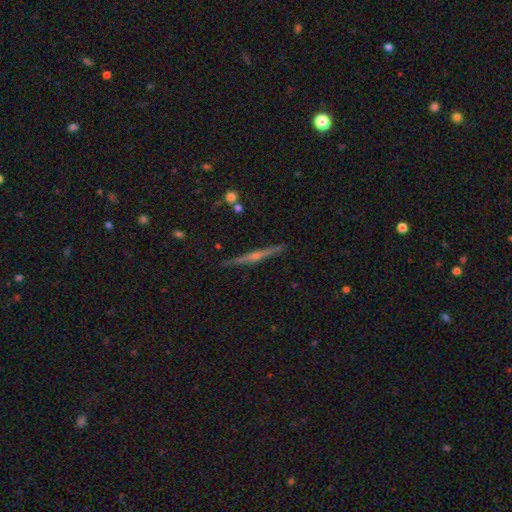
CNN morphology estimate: Smooth or featured? Predicted: featured or disk (p=0.78). Edge-on disk? Predicted: yes (p=0.98). Edge-on bulge? Predicted: rounded (p=0.83). Merging? Predicted: none (p=0.90).